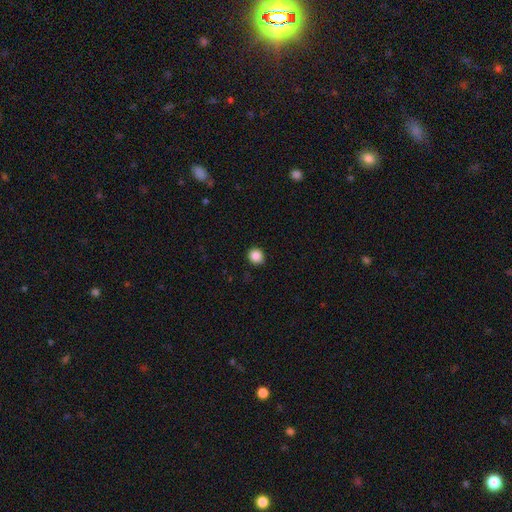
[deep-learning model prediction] Smooth or featured?
  - smooth: 87% *
  - star or artifact: 10%
  - featured or disk: 3%
How rounded?
  - round: 87% *
  - in between: 13%
  - cigar-shaped: 1%
Merging?
  - none: 89% *
  - minor disturbance: 8%
  - major disturbance: 2%
  - merger: 1%